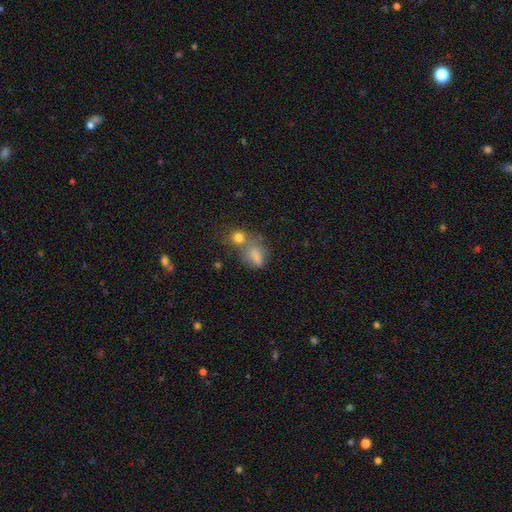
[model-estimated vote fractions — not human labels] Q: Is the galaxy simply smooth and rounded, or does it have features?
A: smooth — 77%.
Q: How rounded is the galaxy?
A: in between — 72%.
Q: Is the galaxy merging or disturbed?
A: merger — 42%.